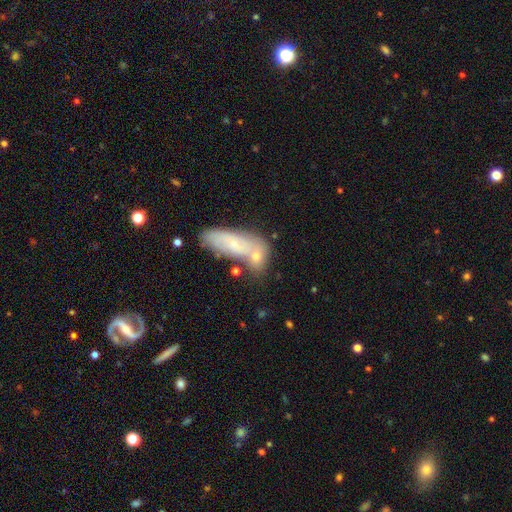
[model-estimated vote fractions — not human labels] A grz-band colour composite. It shows a smooth galaxy with no disk features (64%) that is in between round and cigar-shaped (64%). Merging: merger (43%).